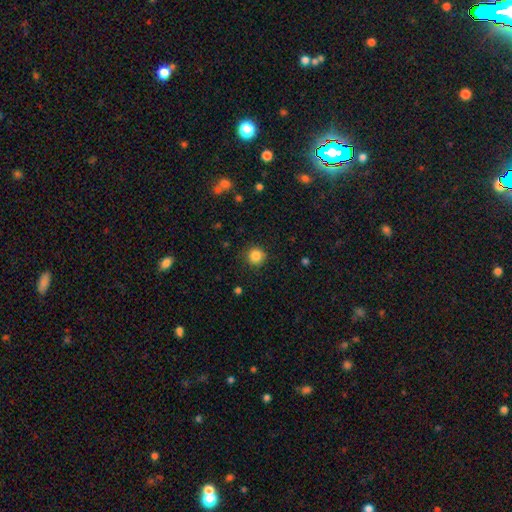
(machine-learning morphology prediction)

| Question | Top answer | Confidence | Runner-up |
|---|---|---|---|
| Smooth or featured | smooth | 85% | star or artifact (11%) |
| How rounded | round | 93% | in between (6%) |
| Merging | none | 88% | minor disturbance (9%) |